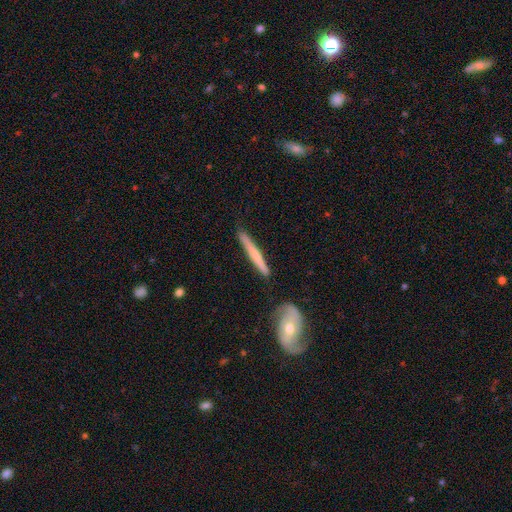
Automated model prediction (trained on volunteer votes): smooth-or-featured: smooth: 51% | featured or disk: 44% | star or artifact: 5%
  how-rounded: cigar-shaped: 96% | in between: 3% | round: 1%
  merging: none: 83% | minor disturbance: 12% | merger: 3% | major disturbance: 2%